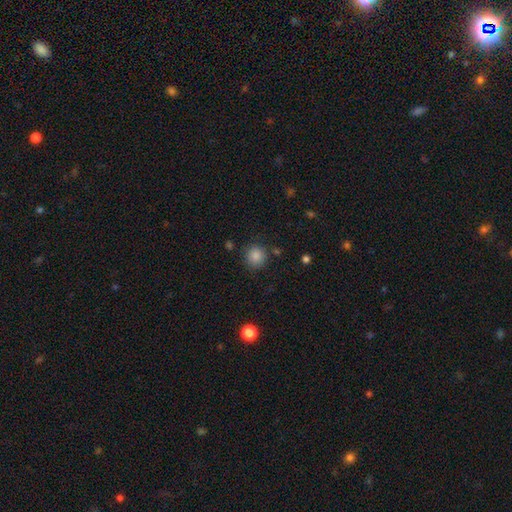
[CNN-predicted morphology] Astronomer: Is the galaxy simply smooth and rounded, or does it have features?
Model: smooth — 85%.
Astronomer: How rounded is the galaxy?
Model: round — 91%.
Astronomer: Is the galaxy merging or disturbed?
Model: none — 85%.